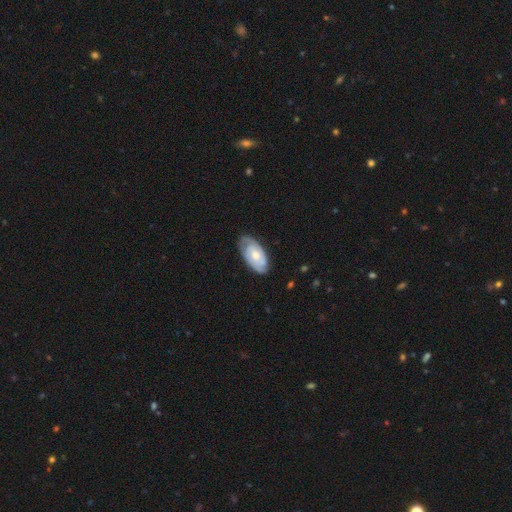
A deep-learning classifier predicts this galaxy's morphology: featured or disk 62%, smooth 33%, star or artifact 5%. Down the decision tree: edge-on disk — no (93%); bar — no (72%); spiral arms — yes (83%); bulge size — moderate (58%); merging — none (75%).